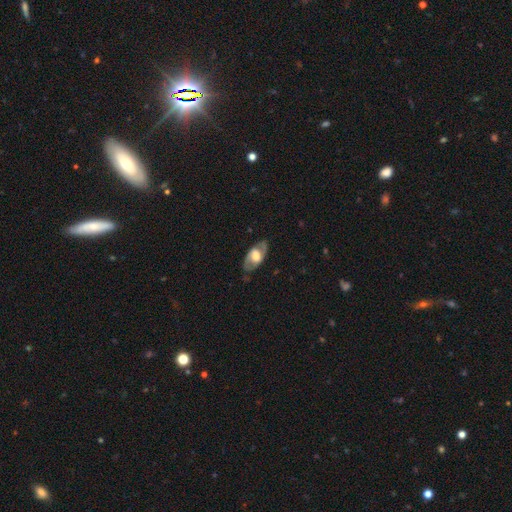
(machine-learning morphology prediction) Smooth or featured? featured or disk (68%)
Edge-on disk? no (88%)
Bar? no (43%)
Spiral arms? yes (72%)
Bulge size? large (44%)
Merging? none (80%)